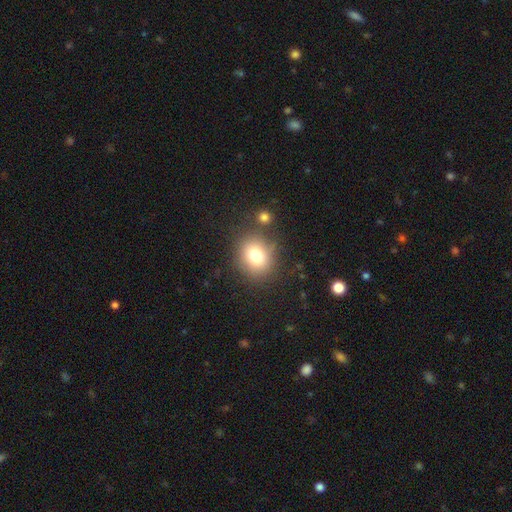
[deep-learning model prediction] smooth_or_featured: smooth (p=0.77) [alt: star or artifact p=0.12]
how_rounded: round (p=0.70) [alt: in between p=0.29]
merging: none (p=0.77) [alt: minor disturbance p=0.11]